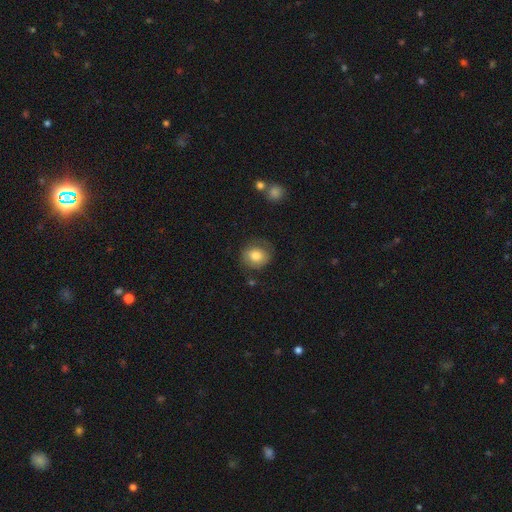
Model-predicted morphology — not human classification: The model was most divided on "merging": none: 69%, minor disturbance: 19%, major disturbance: 10%, merger: 2%. More confident: smooth or featured — smooth (75%); how rounded — round (74%).